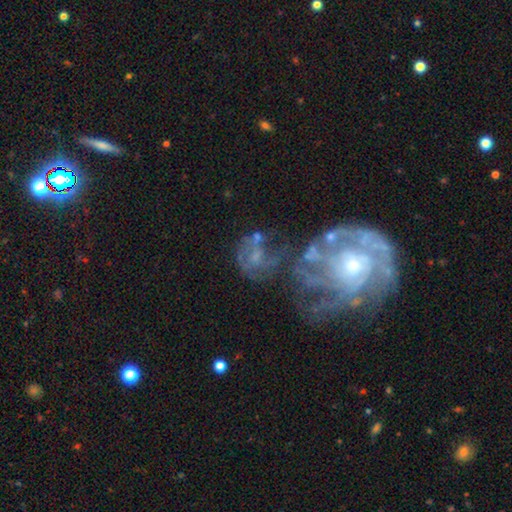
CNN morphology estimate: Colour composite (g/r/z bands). It shows a featured or disk galaxy (66%) with no bar (75%), spiral arms (55%) and a small central bulge (37%). Merging: major disturbance (34%).